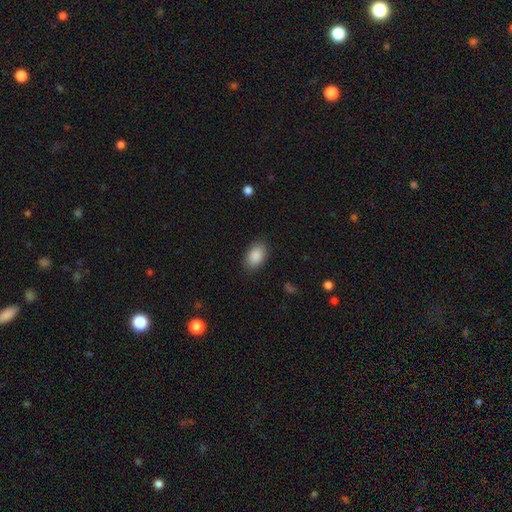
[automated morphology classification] This appears to be a smooth galaxy with no disk features (89%) that is in between round and cigar-shaped (92%). Merging: none (87%).